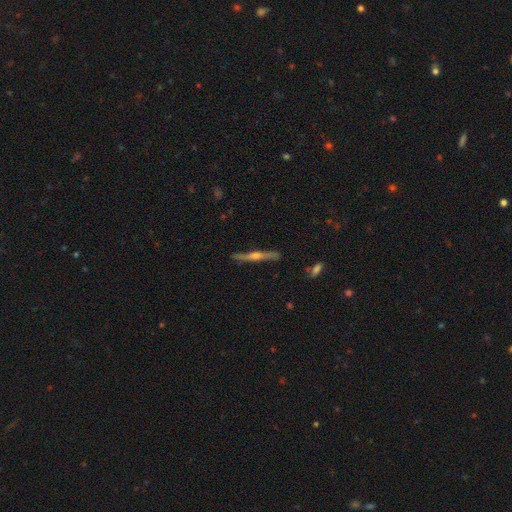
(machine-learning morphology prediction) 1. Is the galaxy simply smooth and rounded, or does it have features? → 76% featured or disk, 18% smooth, 7% star or artifact.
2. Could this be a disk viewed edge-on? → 97% yes, 3% no.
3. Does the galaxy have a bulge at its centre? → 86% rounded, 9% none, 6% boxy.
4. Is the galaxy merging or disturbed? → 88% none, 9% minor disturbance, 2% major disturbance, 1% merger.